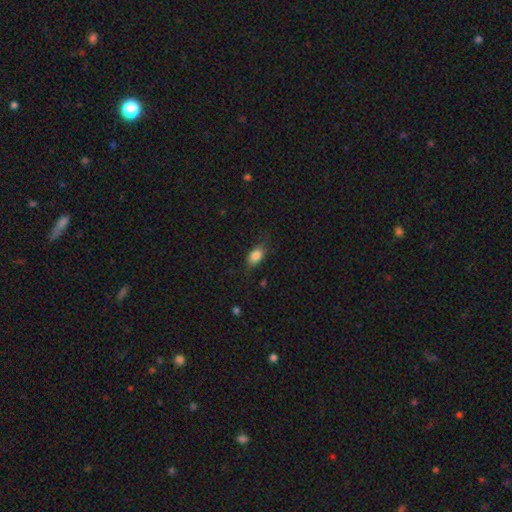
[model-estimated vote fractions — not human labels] Smooth or featured? smooth (84%)
How rounded? in between (85%)
Merging? none (73%)